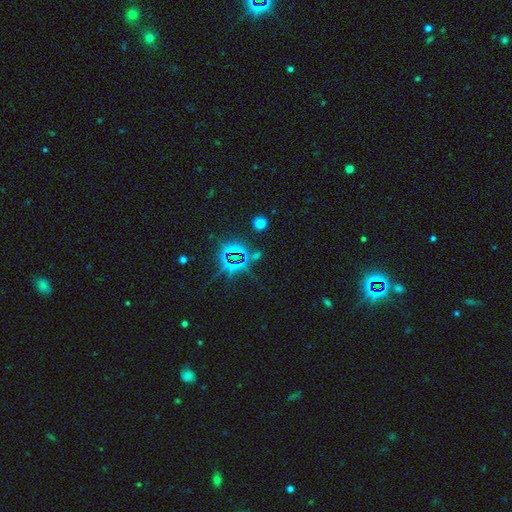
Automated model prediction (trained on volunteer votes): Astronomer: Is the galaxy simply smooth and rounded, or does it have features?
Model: star or artifact — 76%.